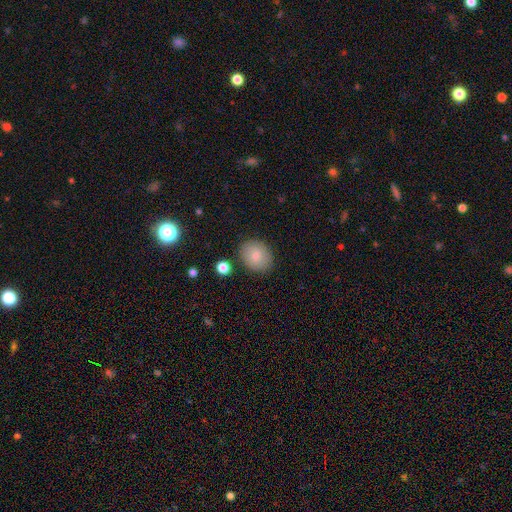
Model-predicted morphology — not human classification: smooth_or_featured: smooth (p=0.83) [alt: featured or disk p=0.10]
how_rounded: in between (p=0.50) [alt: round p=0.49]
merging: none (p=0.85) [alt: minor disturbance p=0.10]